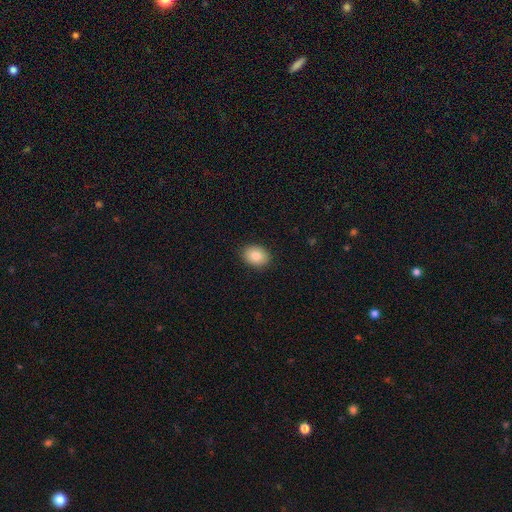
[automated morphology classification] smooth 85%, star or artifact 8%, featured or disk 7%. Down the decision tree: how rounded — in between (66%); merging — none (89%).